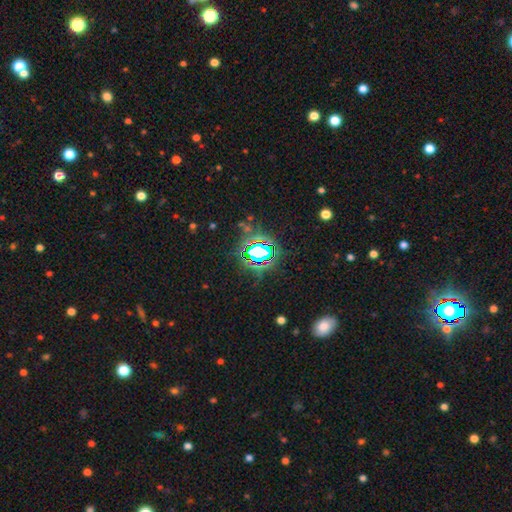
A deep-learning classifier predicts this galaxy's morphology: This appears to be a star or artifact, not a galaxy (73%).